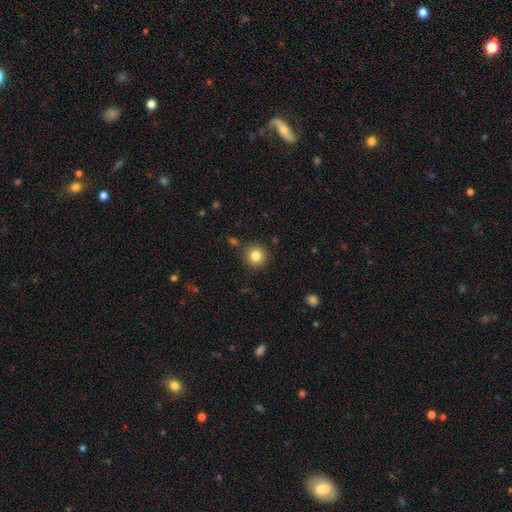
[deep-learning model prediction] smooth 83%, star or artifact 11%, featured or disk 7%. Down the decision tree: how rounded — round (94%); merging — none (88%).